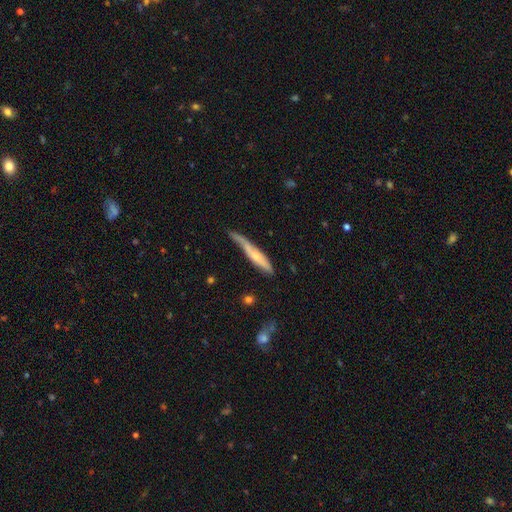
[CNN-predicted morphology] A featured or disk galaxy (49%). Merging: none (48%).